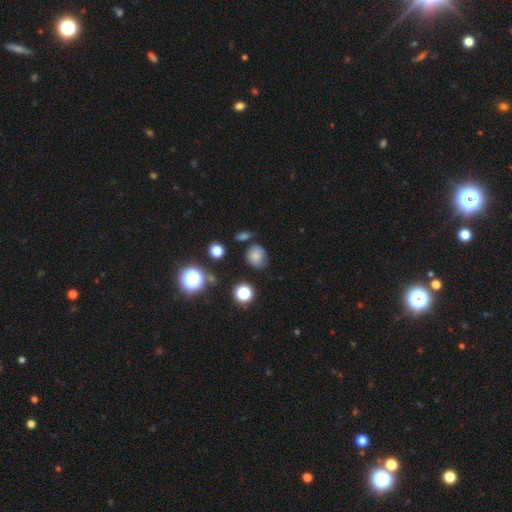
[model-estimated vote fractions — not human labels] The model was most divided on "merging": none: 64%, minor disturbance: 24%, major disturbance: 7%, merger: 6%. More confident: how rounded — round (72%); smooth or featured — smooth (72%).